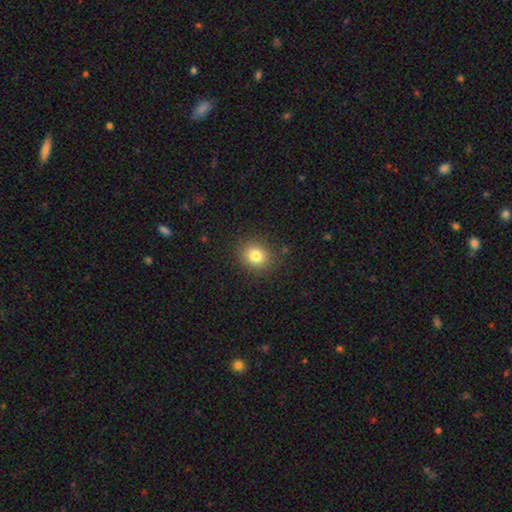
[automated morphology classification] A smooth galaxy with no disk features (81%) that is round (73%). Merging: none (86%).